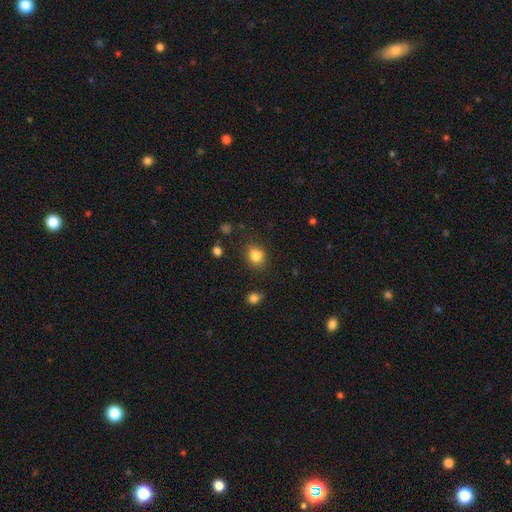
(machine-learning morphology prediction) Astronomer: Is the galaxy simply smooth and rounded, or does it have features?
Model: smooth — 84%.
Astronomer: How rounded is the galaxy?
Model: round — 73%.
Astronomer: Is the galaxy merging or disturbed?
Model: none — 80%.